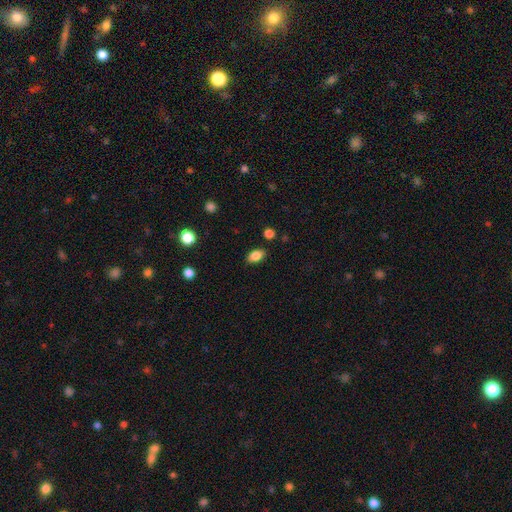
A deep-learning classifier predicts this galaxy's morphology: Q: Smooth or featured?
A: smooth (85%); runner-up: star or artifact (9%)
Q: How rounded?
A: in between (89%); runner-up: round (8%)
Q: Merging?
A: none (85%); runner-up: minor disturbance (11%)